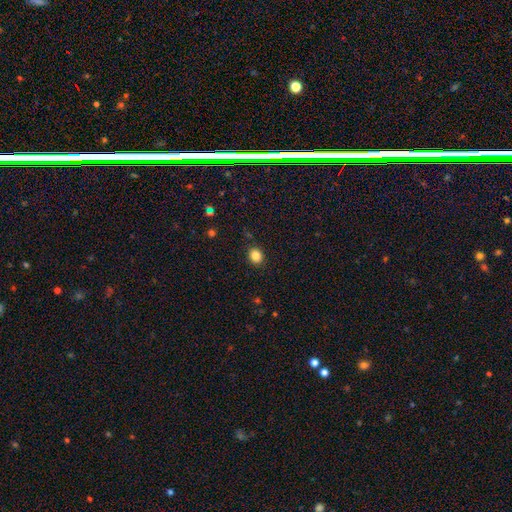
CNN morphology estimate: This is clearly a smooth galaxy (85%). How rounded: likely round (65%). Merging: clearly none (89%).